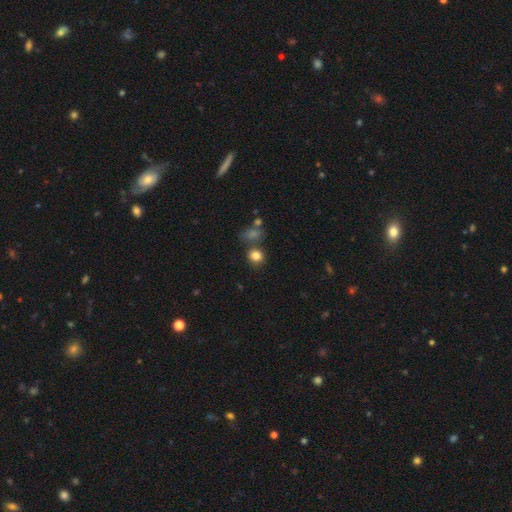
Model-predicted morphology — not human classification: type=smooth (81%); roundness=round (81%); merging=none (71%).